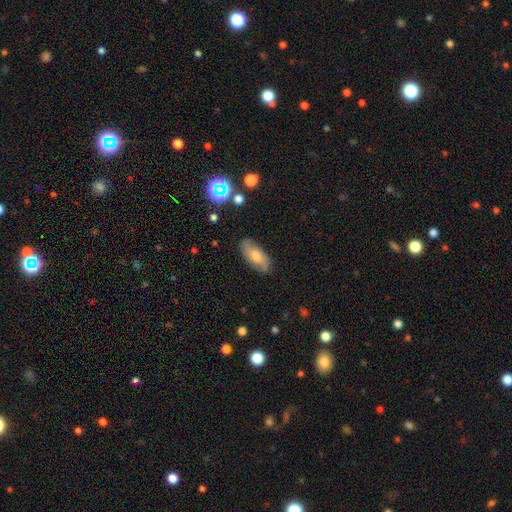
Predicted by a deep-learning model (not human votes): Smooth or featured: smooth — 52% (featured or disk — 38%)
How rounded: in between — 84% (cigar-shaped — 12%)
Merging: none — 83% (minor disturbance — 13%)